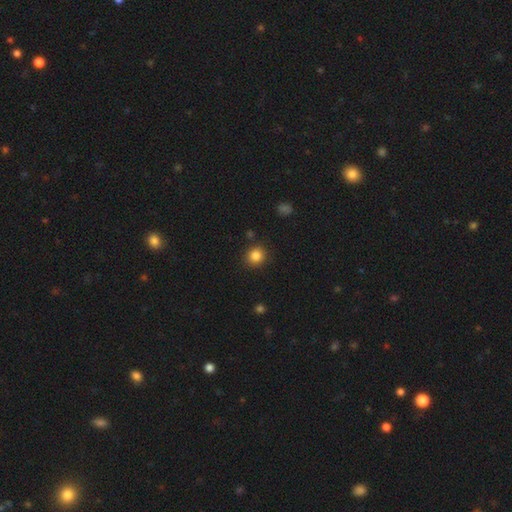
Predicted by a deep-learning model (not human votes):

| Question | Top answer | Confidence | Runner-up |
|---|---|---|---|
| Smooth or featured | smooth | 84% | star or artifact (11%) |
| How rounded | round | 86% | in between (13%) |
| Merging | none | 88% | minor disturbance (8%) |